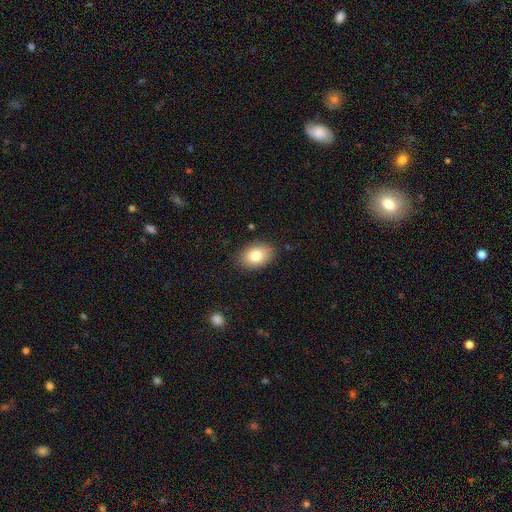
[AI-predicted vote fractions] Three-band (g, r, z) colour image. It shows a smooth galaxy with no disk features (80%) that is in between round and cigar-shaped (79%). Merging: none (85%).